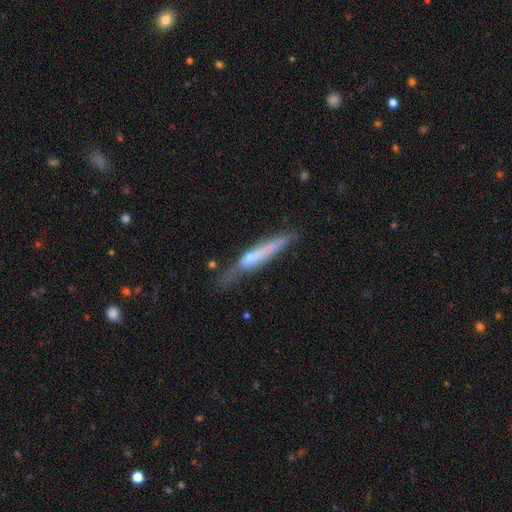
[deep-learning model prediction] smooth_or_featured: smooth (p=0.52) [alt: featured or disk p=0.41]
how_rounded: cigar-shaped (p=0.93) [alt: in between p=0.06]
merging: none (p=0.59) [alt: minor disturbance p=0.27]